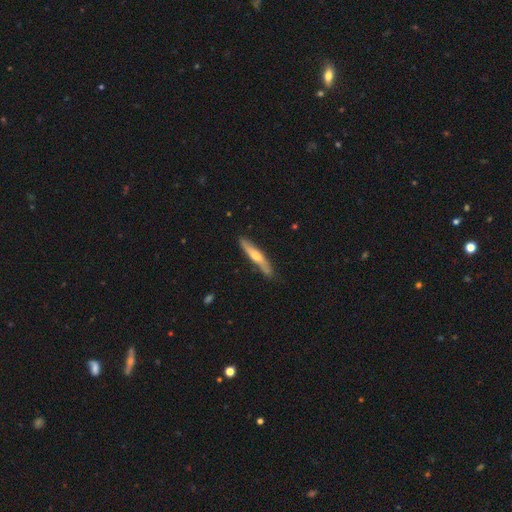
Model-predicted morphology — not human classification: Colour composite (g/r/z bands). It shows a featured or disk galaxy (51%) viewed edge-on (90%). Merging: none (80%).